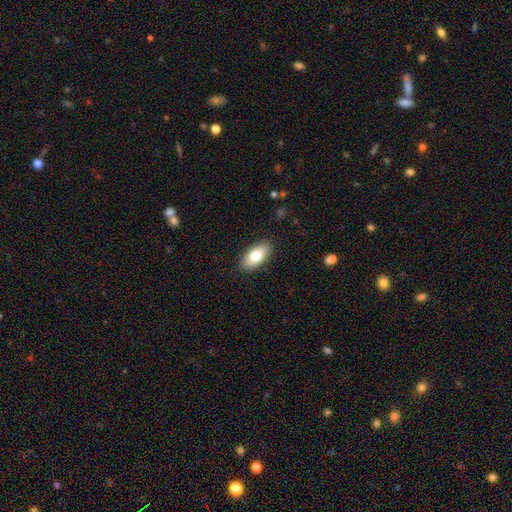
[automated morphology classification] type=smooth (81%); roundness=in between (90%); merging=none (88%).